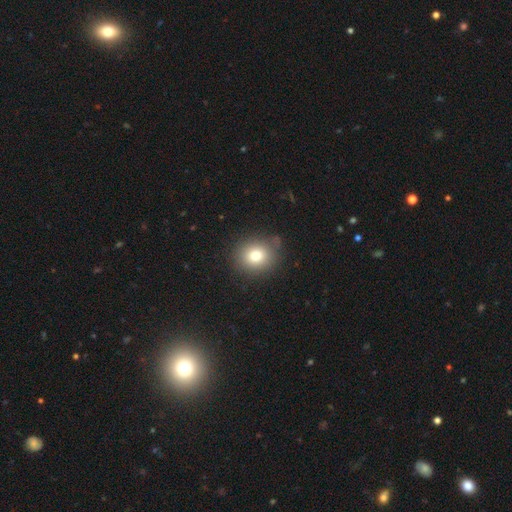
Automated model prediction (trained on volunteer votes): Morphology: type=smooth (78%); roundness=round (80%); merging=none (82%).